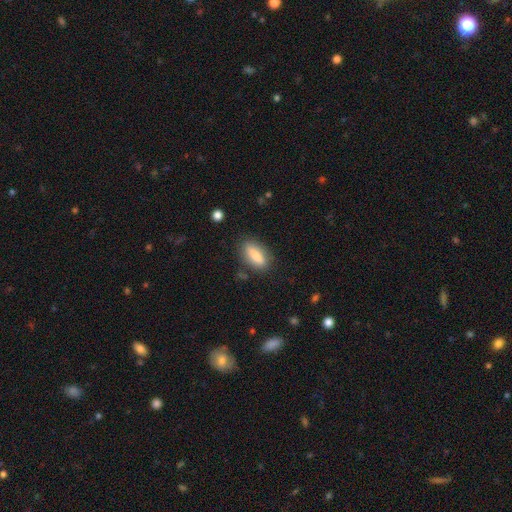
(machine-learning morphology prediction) Overall: smooth (80%). How rounded: in between (65%; cigar-shaped 32%). Merging: none (82%).